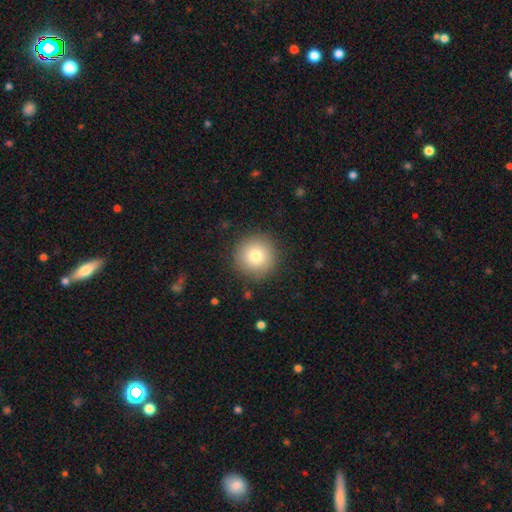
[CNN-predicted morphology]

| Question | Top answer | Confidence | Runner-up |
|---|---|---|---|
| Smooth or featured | smooth | 79% | star or artifact (11%) |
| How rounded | round | 96% | in between (3%) |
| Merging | none | 89% | minor disturbance (7%) |